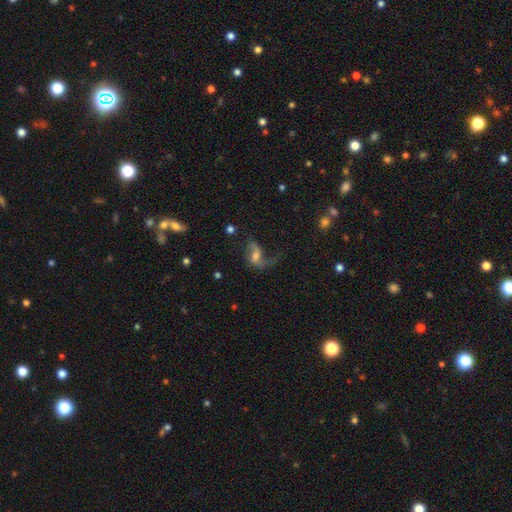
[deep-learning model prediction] featured or disk 71%, smooth 19%, star or artifact 10%. Down the decision tree: edge-on disk — no (96%); bar — no (45%); spiral arms — yes (89%); spiral arm count — 2 (63%); spiral winding — loose (80%); bulge size — moderate (53%); merging — none (40%).